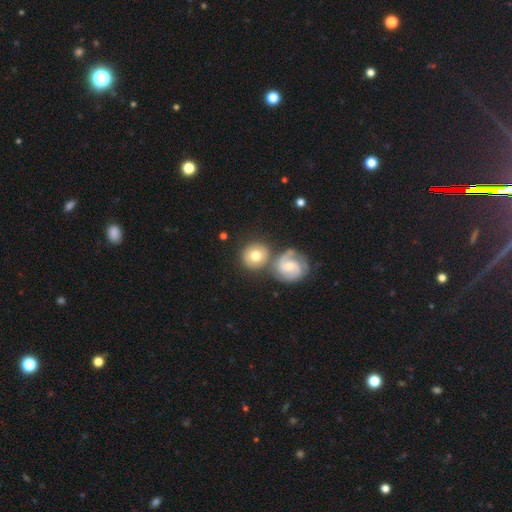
A smooth galaxy with no disk features (49%) that is round (100%).

Vote fractions:
- Smooth or featured? smooth: 49% / featured or disk: 46% / star or artifact: 5%
- How rounded? round: 100% / in between: 0% / cigar-shaped: 0%
- Merging? none: 57% / merger: 35% / major disturbance: 5% / minor disturbance: 3%